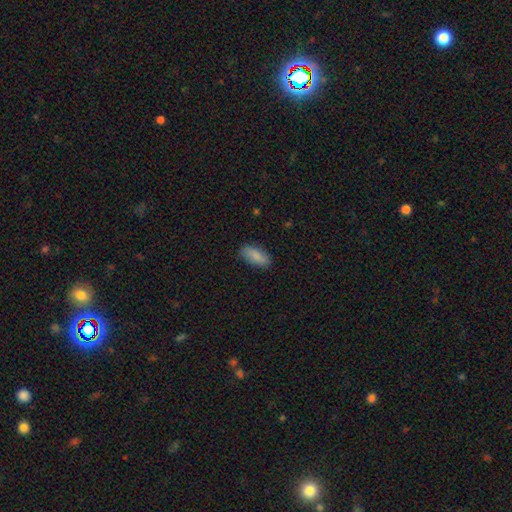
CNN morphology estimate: Q: Smooth or featured?
A: smooth (86%); runner-up: featured or disk (7%)
Q: How rounded?
A: in between (83%); runner-up: cigar-shaped (15%)
Q: Merging?
A: none (84%); runner-up: minor disturbance (12%)